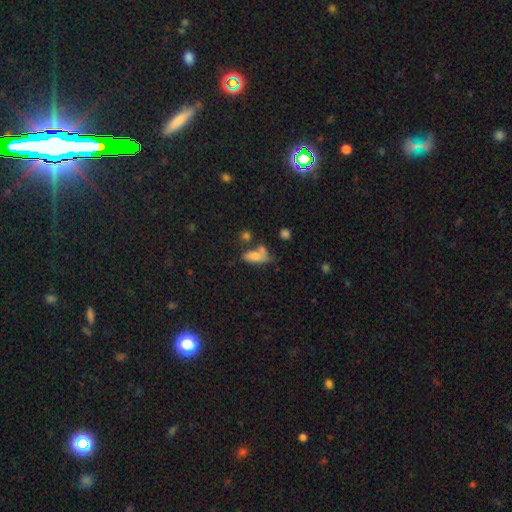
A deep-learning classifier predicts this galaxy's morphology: A smooth galaxy with no disk features (73%) that is in between round and cigar-shaped (81%).

Vote fractions:
- Smooth or featured? smooth: 73% / featured or disk: 17% / star or artifact: 10%
- How rounded? in between: 81% / cigar-shaped: 15% / round: 4%
- Merging? none: 40% / merger: 25% / minor disturbance: 22% / major disturbance: 13%